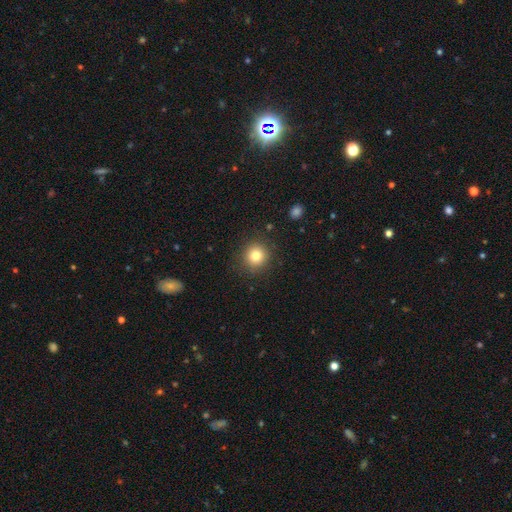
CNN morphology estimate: A smooth galaxy with no disk features (81%) that is round (93%). Merging: none (89%).